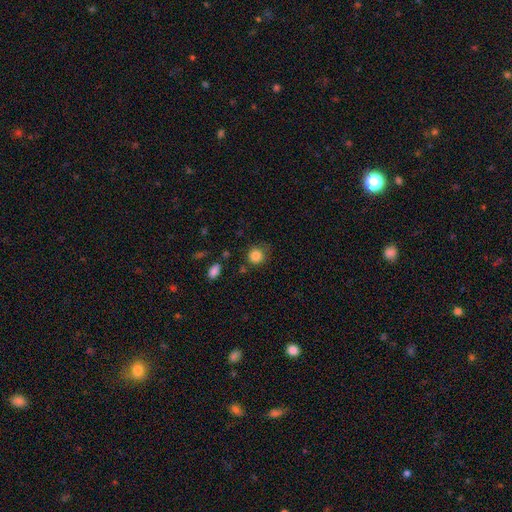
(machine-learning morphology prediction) This is clearly a smooth galaxy (85%). How rounded: clearly round (88%). Merging: likely none (73%).